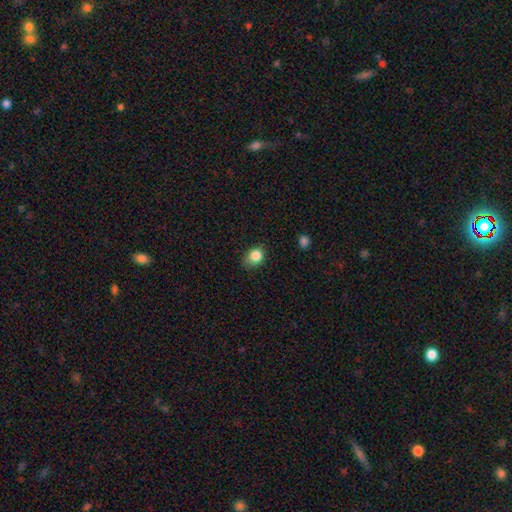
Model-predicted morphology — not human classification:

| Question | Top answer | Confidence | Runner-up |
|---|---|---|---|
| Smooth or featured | smooth | 84% | star or artifact (10%) |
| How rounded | round | 51% | in between (48%) |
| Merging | none | 64% | minor disturbance (27%) |